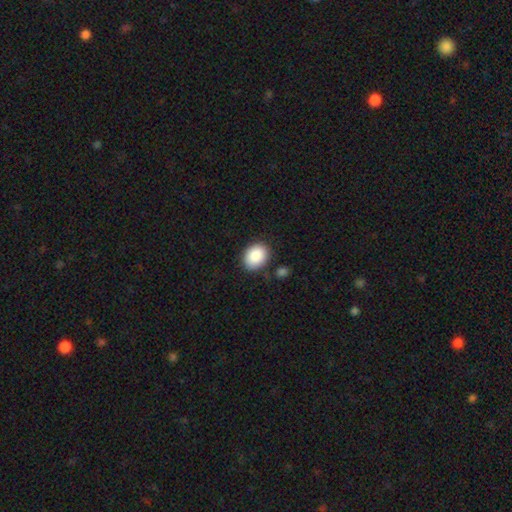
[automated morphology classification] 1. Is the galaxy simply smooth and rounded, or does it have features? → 89% smooth, 7% star or artifact, 4% featured or disk.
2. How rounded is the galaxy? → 58% in between, 41% round, 1% cigar-shaped.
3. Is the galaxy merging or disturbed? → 83% none, 11% minor disturbance, 3% merger, 3% major disturbance.